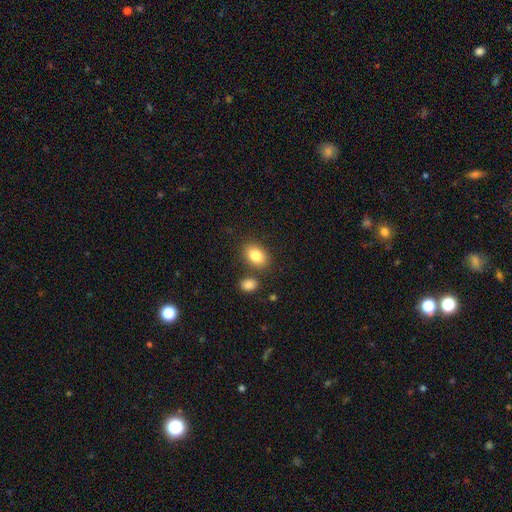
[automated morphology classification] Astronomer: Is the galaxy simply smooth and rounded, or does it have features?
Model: smooth — 83%.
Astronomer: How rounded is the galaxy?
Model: in between — 82%.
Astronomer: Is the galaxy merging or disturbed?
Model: none — 77%.